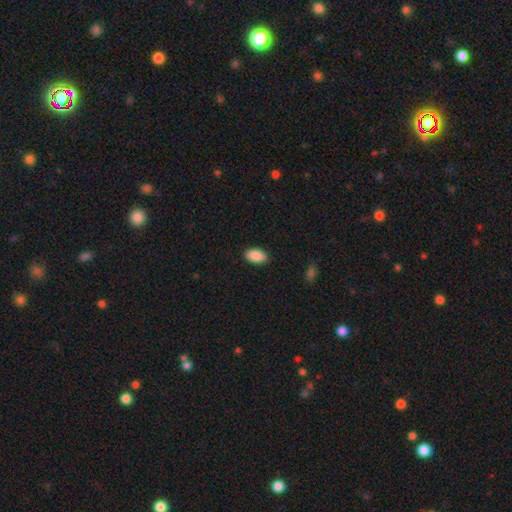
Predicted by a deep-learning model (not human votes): Smooth or featured?
  - smooth: 90% *
  - star or artifact: 7%
  - featured or disk: 3%
How rounded?
  - in between: 94% *
  - round: 4%
  - cigar-shaped: 2%
Merging?
  - none: 89% *
  - minor disturbance: 8%
  - major disturbance: 2%
  - merger: 1%